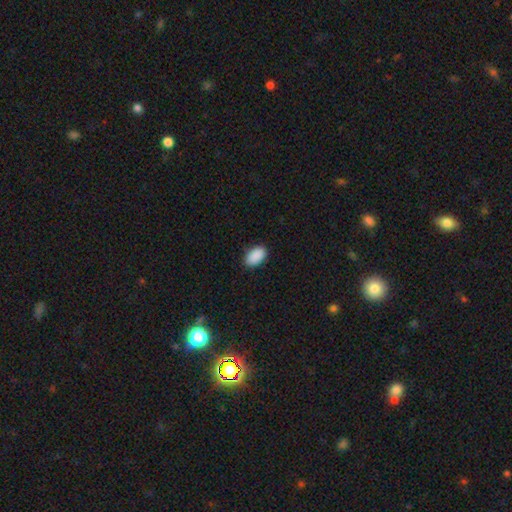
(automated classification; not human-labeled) Smooth or featured?
  - smooth: 91% *
  - star or artifact: 7%
  - featured or disk: 2%
How rounded?
  - in between: 94% *
  - round: 5%
  - cigar-shaped: 1%
Merging?
  - none: 87% *
  - minor disturbance: 10%
  - major disturbance: 2%
  - merger: 1%